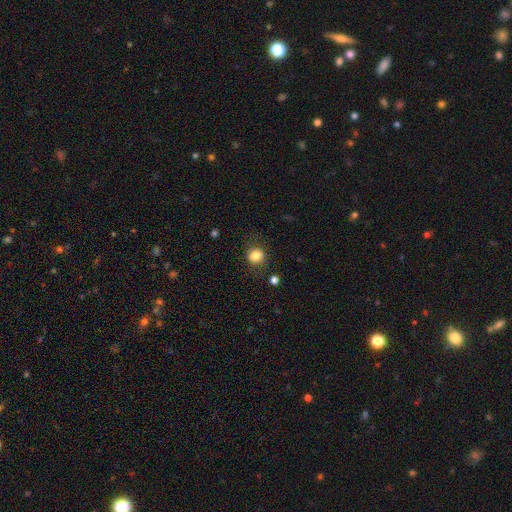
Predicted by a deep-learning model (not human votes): smooth_or_featured: smooth (p=0.82) [alt: star or artifact p=0.11]
how_rounded: round (p=0.84) [alt: in between p=0.15]
merging: none (p=0.82) [alt: minor disturbance p=0.11]